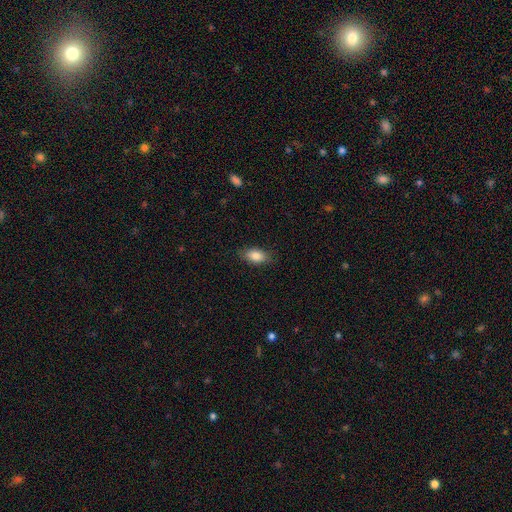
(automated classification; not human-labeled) A smooth galaxy with no disk features (85%) that is in between round and cigar-shaped (89%). Merging: none (84%).